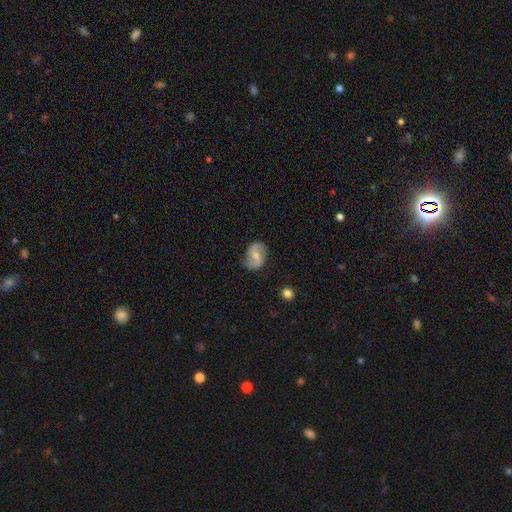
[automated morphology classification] Overall: featured or disk (70%). Edge-on disk: no (97%). Bar: weak (49%; no 29%). Spiral arms: yes (91%). Spiral arm count: 2 (90%). Spiral winding: loose (46%; medium 40%). Bulge size: moderate (53%; small 38%). Merging: none (78%).